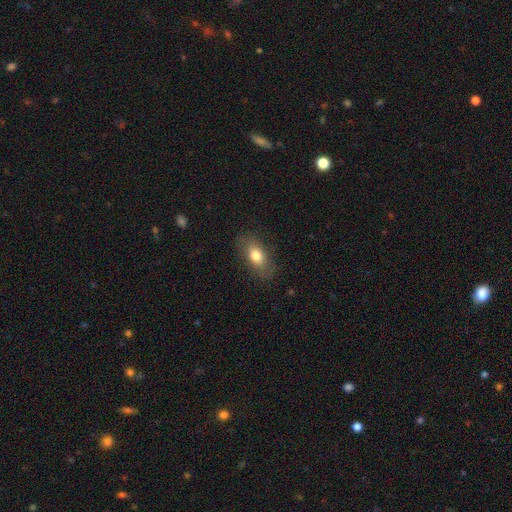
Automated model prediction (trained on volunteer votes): Smooth or featured? Predicted: smooth (p=0.76). How rounded? Predicted: in between (p=0.86). Merging? Predicted: none (p=0.82).